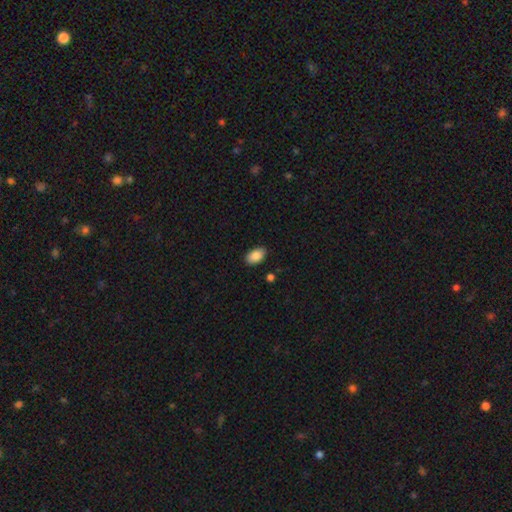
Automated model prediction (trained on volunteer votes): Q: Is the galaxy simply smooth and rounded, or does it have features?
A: smooth — 88%.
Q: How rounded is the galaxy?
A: in between — 91%.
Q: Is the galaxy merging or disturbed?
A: none — 87%.